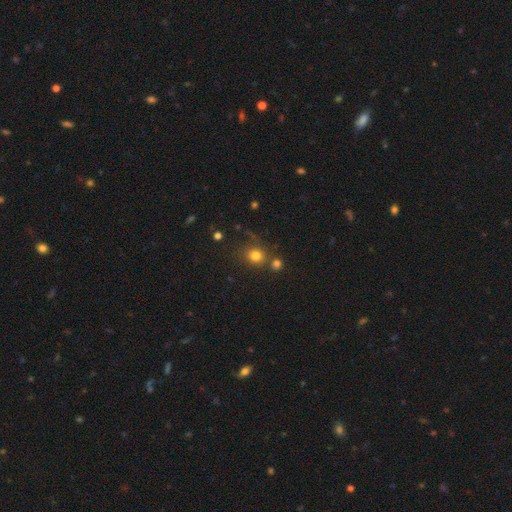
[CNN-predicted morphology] Q: Smooth or featured?
A: smooth (78%); runner-up: star or artifact (14%)
Q: How rounded?
A: round (81%); runner-up: in between (18%)
Q: Merging?
A: none (66%); runner-up: merger (16%)